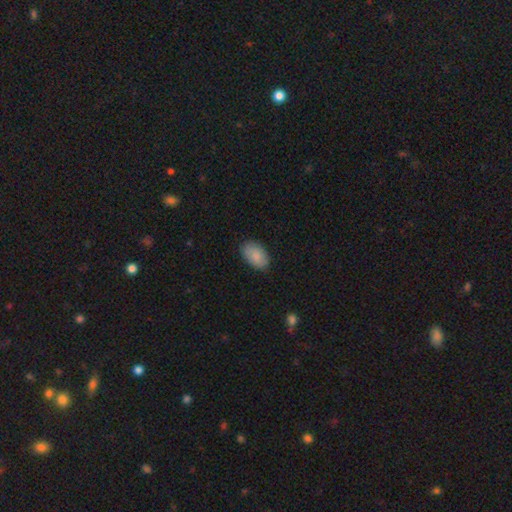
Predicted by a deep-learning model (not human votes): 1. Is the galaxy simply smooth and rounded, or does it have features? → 86% smooth, 7% featured or disk, 6% star or artifact.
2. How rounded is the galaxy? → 93% in between, 6% round, 1% cigar-shaped.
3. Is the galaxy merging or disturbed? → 84% none, 12% minor disturbance, 2% major disturbance, 1% merger.